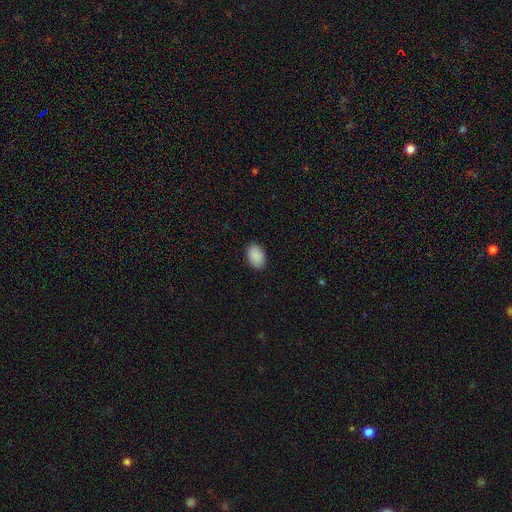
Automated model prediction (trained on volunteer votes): A smooth galaxy with no disk features (91%) that is in between round and cigar-shaped (86%).

Vote fractions:
- Smooth or featured? smooth: 91% / star or artifact: 7% / featured or disk: 3%
- How rounded? in between: 86% / round: 13% / cigar-shaped: 1%
- Merging? none: 89% / minor disturbance: 8% / major disturbance: 2% / merger: 1%